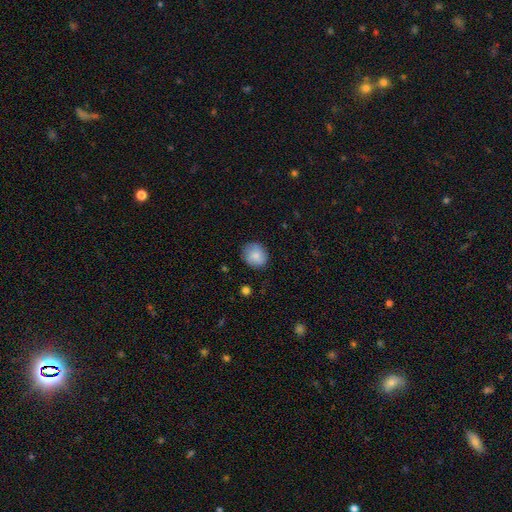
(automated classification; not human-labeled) Overall: smooth (83%). How rounded: round (77%). Merging: none (82%).